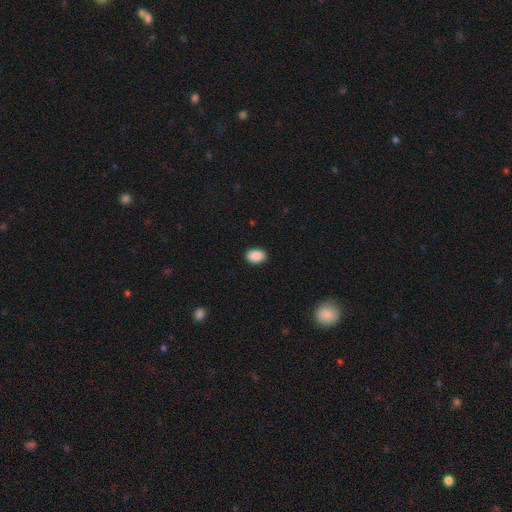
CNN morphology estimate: The model was most divided on "how rounded": in between: 75%, round: 24%, cigar-shaped: 1%. More confident: smooth or featured — smooth (90%); merging — none (89%).